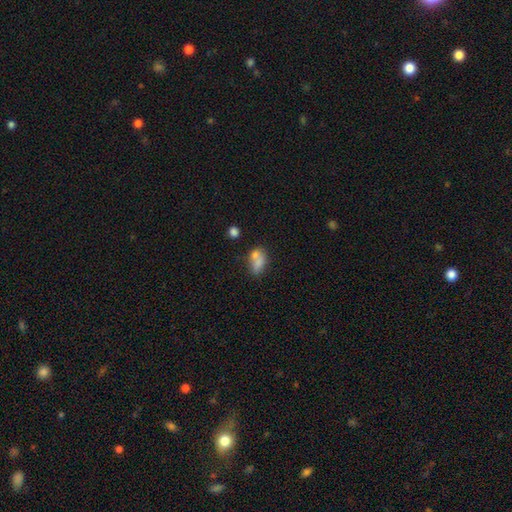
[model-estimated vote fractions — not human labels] Morphology: type=smooth (72%); roundness=in between (76%); merging=merger (43%).